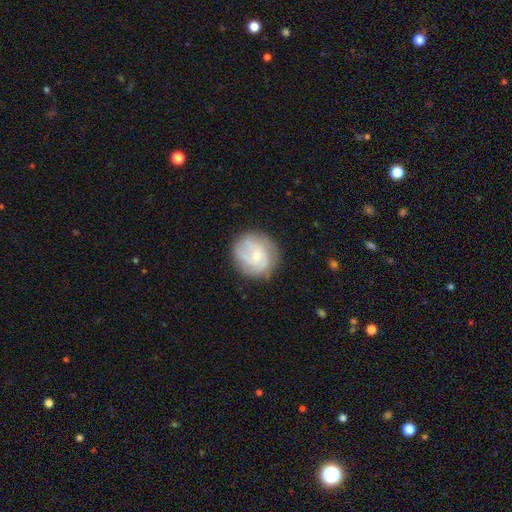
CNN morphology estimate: smooth_or_featured: featured or disk (p=0.62) [alt: smooth p=0.31]
disk_edge_on: no (p=0.98) [alt: yes p=0.02]
bar: no (p=0.66) [alt: weak p=0.29]
has_spiral_arms: yes (p=0.86) [alt: no p=0.14]
spiral_winding: tight (p=0.49) [alt: medium p=0.38]
spiral_arm_count: can't tell (p=0.32) [alt: 2 p=0.28]
bulge_size: small (p=0.63) [alt: moderate p=0.32]
merging: none (p=0.76) [alt: minor disturbance p=0.16]